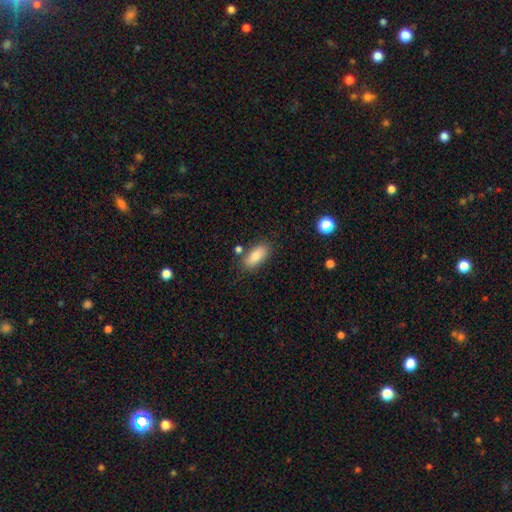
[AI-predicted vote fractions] Morphology: type=smooth (80%); roundness=in between (83%); merging=none (80%).